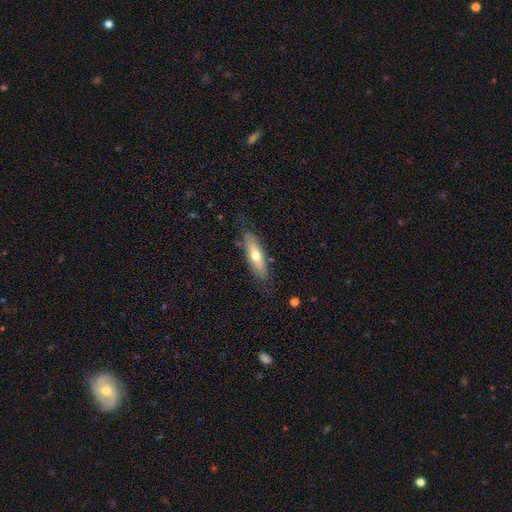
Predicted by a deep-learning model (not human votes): A smooth galaxy with no disk features (57%) that is cigar-shaped (54%).

Vote fractions:
- Smooth or featured? smooth: 57% / featured or disk: 37% / star or artifact: 6%
- How rounded? cigar-shaped: 54% / in between: 44% / round: 2%
- Merging? none: 77% / minor disturbance: 17% / major disturbance: 5% / merger: 2%